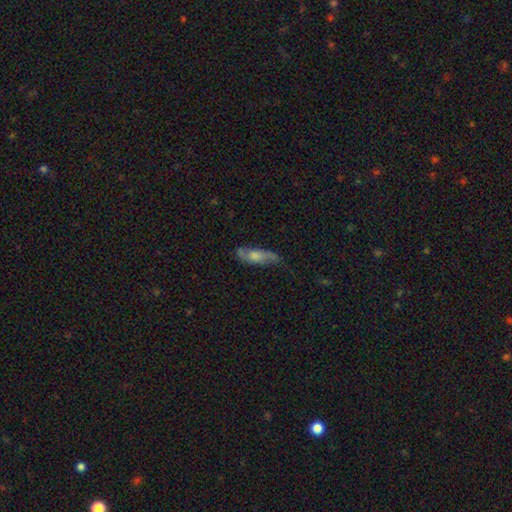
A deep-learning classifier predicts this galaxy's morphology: Overall: smooth (50%; featured or disk 43%). Merging: none (61%; minor disturbance 27%).